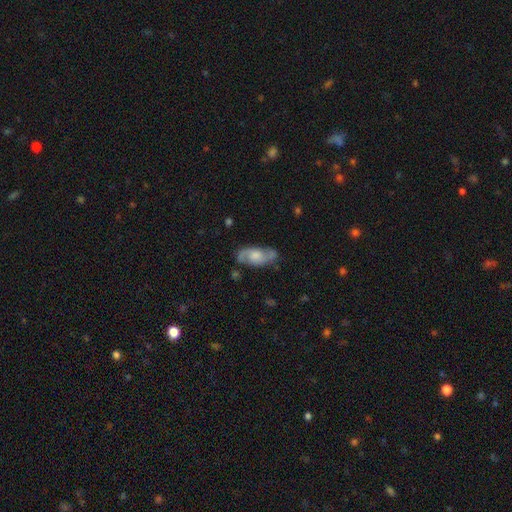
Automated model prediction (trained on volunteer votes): Q: Smooth or featured?
A: featured or disk (71%); runner-up: smooth (23%)
Q: Edge-on disk?
A: no (92%); runner-up: yes (8%)
Q: Bar?
A: no (62%); runner-up: weak (32%)
Q: Spiral arms?
A: yes (90%); runner-up: no (10%)
Q: Spiral winding?
A: medium (47%); runner-up: loose (34%)
Q: Spiral arm count?
A: 2 (88%); runner-up: can't tell (6%)
Q: Bulge size?
A: moderate (35%); runner-up: large (31%)
Q: Merging?
A: none (72%); runner-up: minor disturbance (18%)